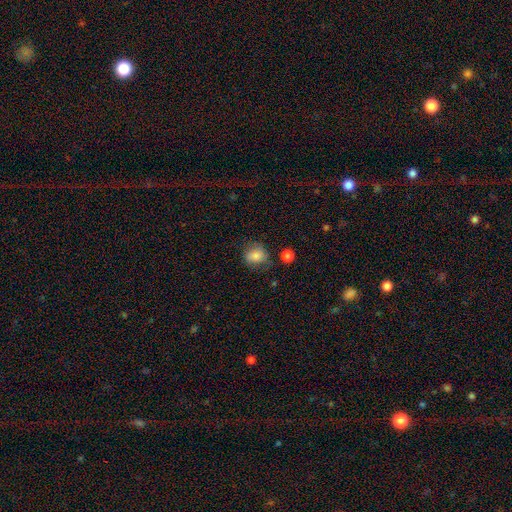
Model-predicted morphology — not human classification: Q: Smooth or featured?
A: smooth (79%); runner-up: featured or disk (12%)
Q: How rounded?
A: round (64%); runner-up: in between (35%)
Q: Merging?
A: none (66%); runner-up: minor disturbance (23%)